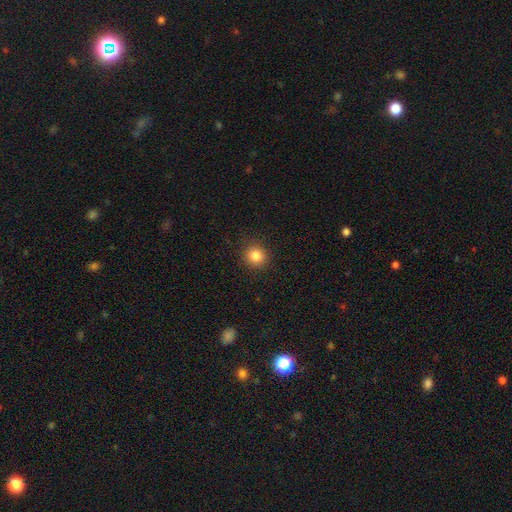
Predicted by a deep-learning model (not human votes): Morphology: type=smooth (83%); roundness=round (88%); merging=none (91%).